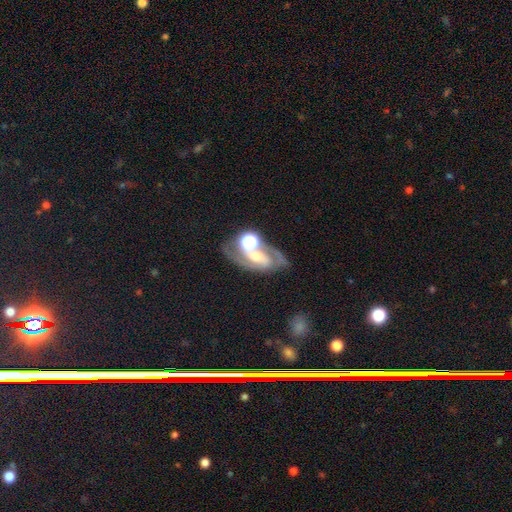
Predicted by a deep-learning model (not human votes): Overall: featured or disk (72%). Edge-on disk: no (95%). Bar: no (46%; weak 34%). Spiral arms: yes (87%). Spiral arm count: 2 (85%). Spiral winding: medium (52%; tight 27%). Bulge size: moderate (53%; small 26%). Merging: none (52%; merger 23%).